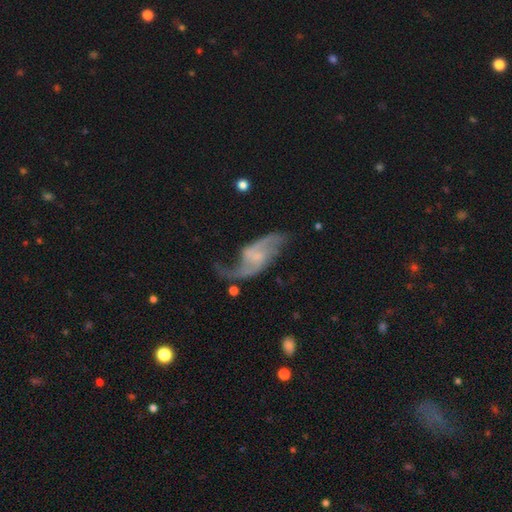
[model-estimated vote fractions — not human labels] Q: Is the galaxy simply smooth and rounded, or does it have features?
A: featured or disk — 87%.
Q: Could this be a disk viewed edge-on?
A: no — 96%.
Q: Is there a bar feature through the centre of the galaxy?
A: weak — 44%.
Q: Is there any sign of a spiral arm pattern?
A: yes — 95%.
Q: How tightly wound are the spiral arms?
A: loose — 74%.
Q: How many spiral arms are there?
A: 2 — 91%.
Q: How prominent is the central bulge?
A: small — 42%.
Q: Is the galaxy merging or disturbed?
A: none — 60%.